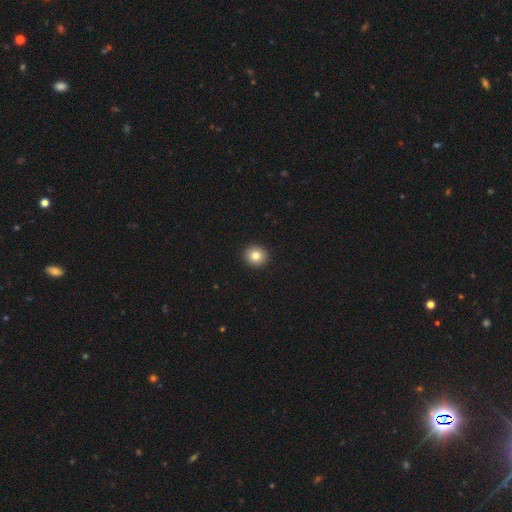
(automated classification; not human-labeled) The model was most divided on "smooth or featured": smooth: 82%, star or artifact: 10%, featured or disk: 8%. More confident: merging — none (93%); how rounded — round (89%).